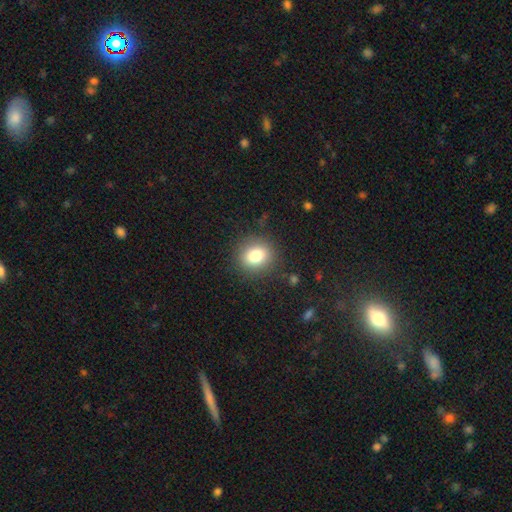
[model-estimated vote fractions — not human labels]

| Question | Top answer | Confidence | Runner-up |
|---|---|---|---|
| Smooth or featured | smooth | 80% | star or artifact (11%) |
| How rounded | round | 75% | in between (24%) |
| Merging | none | 87% | minor disturbance (9%) |